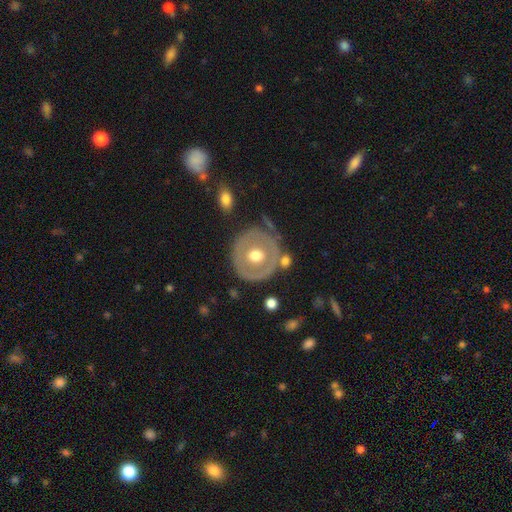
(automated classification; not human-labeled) Smooth or featured? Predicted: featured or disk (p=0.53). Edge-on disk? Predicted: no (p=0.94). Merging? Predicted: none (p=0.73).